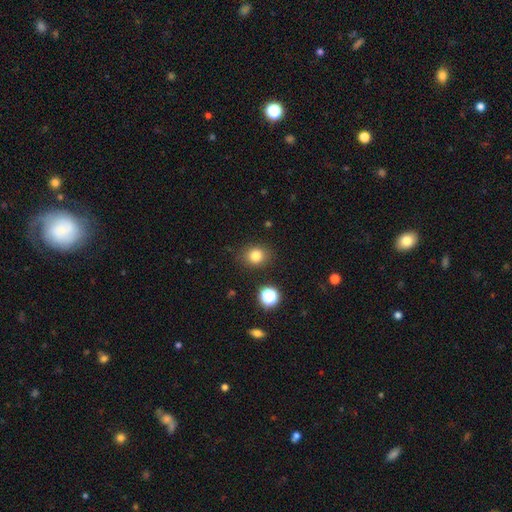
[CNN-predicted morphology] Smooth or featured? Predicted: smooth (p=0.81). How rounded? Predicted: round (p=0.72). Merging? Predicted: none (p=0.84).